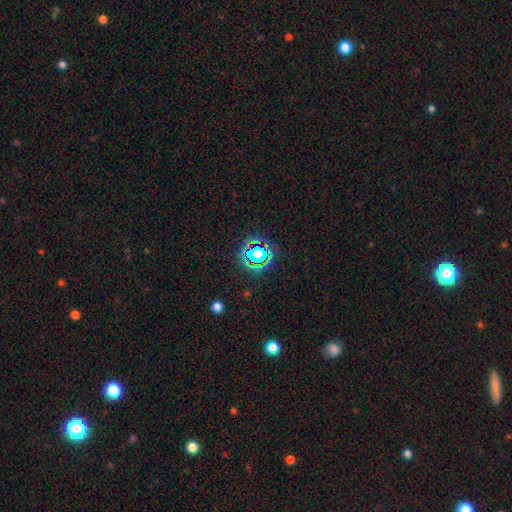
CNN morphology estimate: This is likely a star or artifact rather than a galaxy (65%).